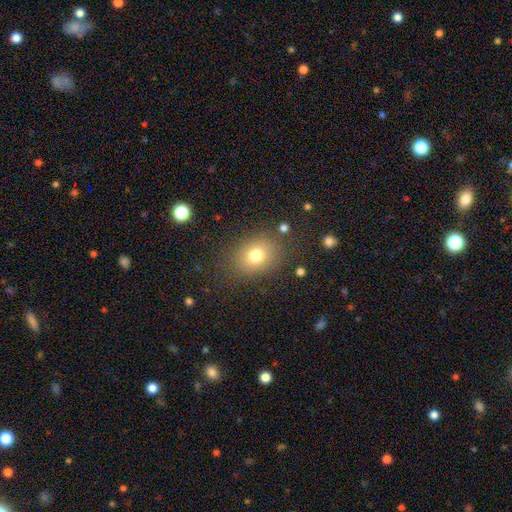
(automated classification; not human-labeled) A smooth galaxy with no disk features (75%) that is round (50%). Merging: none (81%).